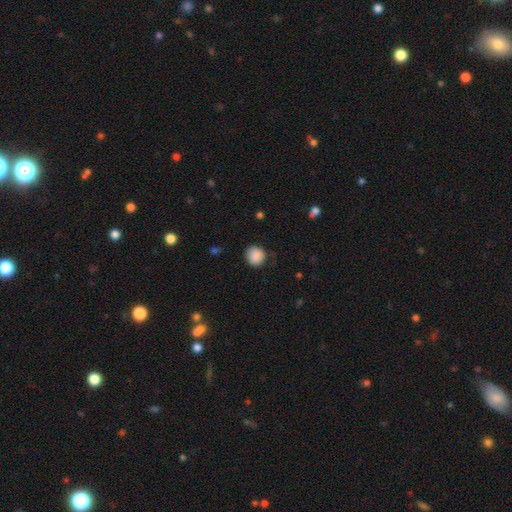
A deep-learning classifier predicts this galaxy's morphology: A smooth galaxy with no disk features (89%) that is round (87%).

Vote fractions:
- Smooth or featured? smooth: 89% / star or artifact: 8% / featured or disk: 3%
- How rounded? round: 87% / in between: 12% / cigar-shaped: 1%
- Merging? none: 80% / minor disturbance: 15% / major disturbance: 4% / merger: 1%